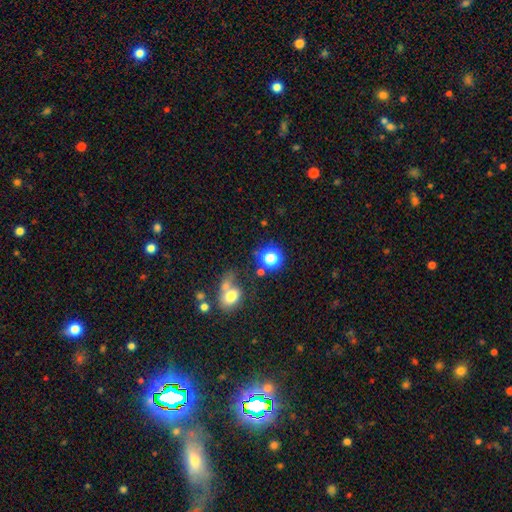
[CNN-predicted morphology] Smooth or featured: star or artifact — 51% (smooth — 32%)